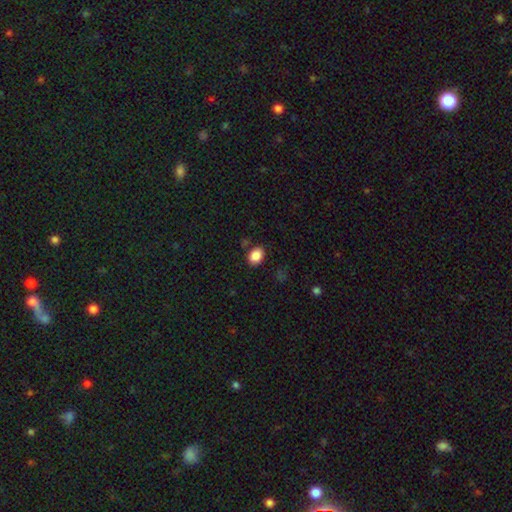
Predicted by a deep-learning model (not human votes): smooth-or-featured: smooth: 87% | star or artifact: 9% | featured or disk: 4%
  how-rounded: in between: 64% | round: 35% | cigar-shaped: 1%
  merging: none: 84% | minor disturbance: 11% | merger: 3% | major disturbance: 3%